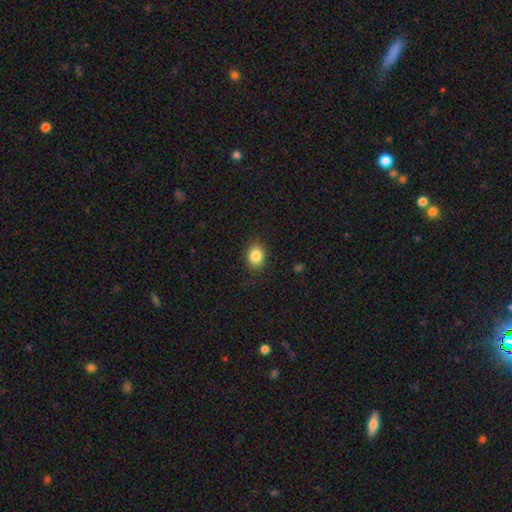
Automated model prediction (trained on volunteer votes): Morphology: type=smooth (85%); roundness=in between (50%); merging=none (86%).